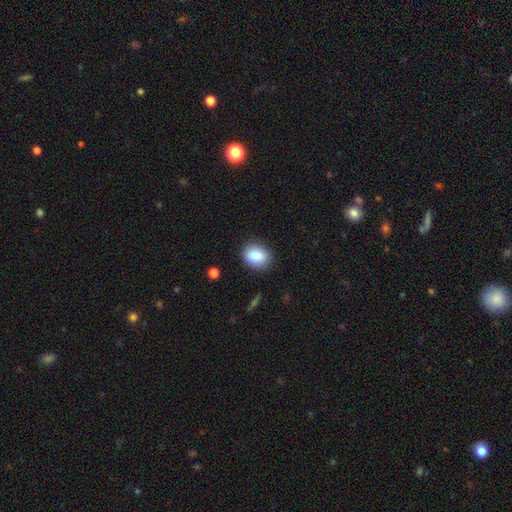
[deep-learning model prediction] smooth 85%, star or artifact 8%, featured or disk 7%. Down the decision tree: how rounded — in between (61%); merging — none (86%).